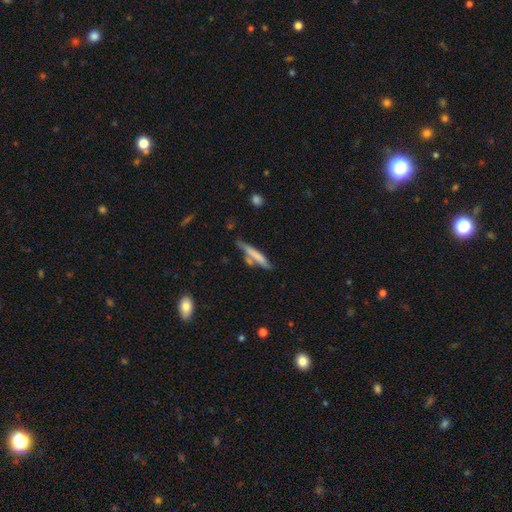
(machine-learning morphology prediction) Smooth or featured? smooth (67%)
How rounded? cigar-shaped (91%)
Merging? none (60%)